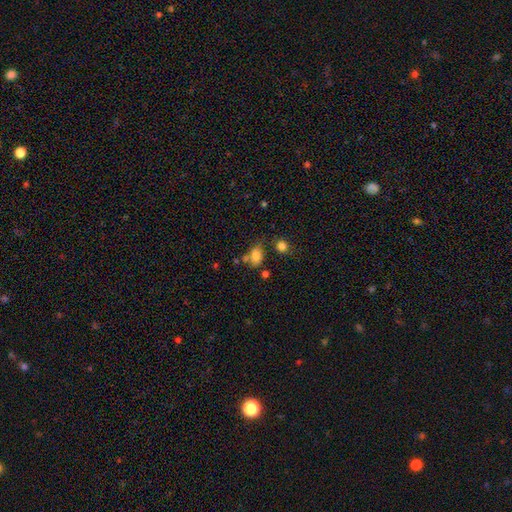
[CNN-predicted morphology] The model was most divided on "merging": none: 54%, minor disturbance: 23%, merger: 14%, major disturbance: 10%. More confident: smooth or featured — smooth (80%); how rounded — in between (72%).